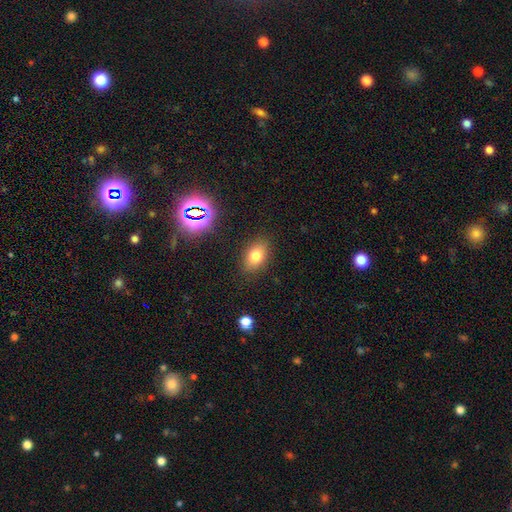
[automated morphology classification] This appears to be a smooth galaxy with no disk features (76%) that is in between round and cigar-shaped (82%). Merging: none (85%).